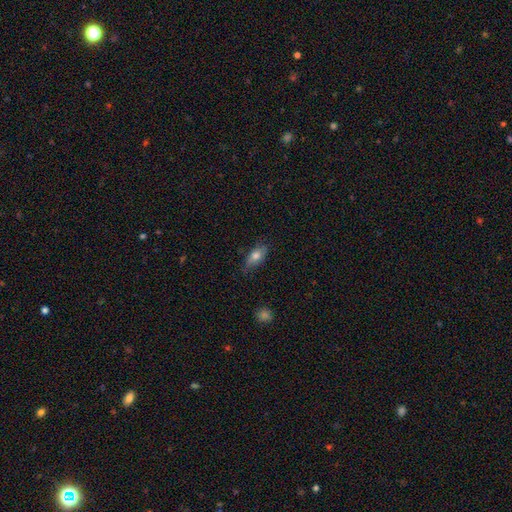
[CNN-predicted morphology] smooth 69%, featured or disk 23%, star or artifact 7%. Down the decision tree: how rounded — in between (78%); merging — none (75%).